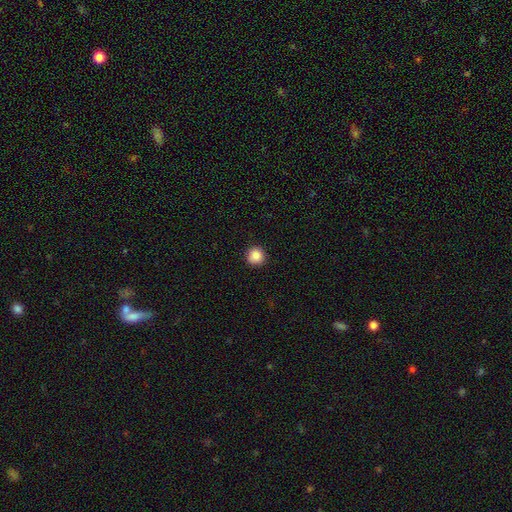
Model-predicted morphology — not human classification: type=smooth (87%); roundness=round (95%); merging=none (92%).